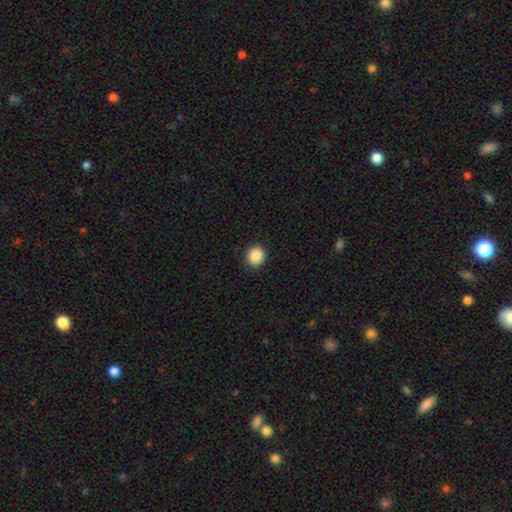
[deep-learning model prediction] Smooth or featured? smooth (89%)
How rounded? round (85%)
Merging? none (91%)